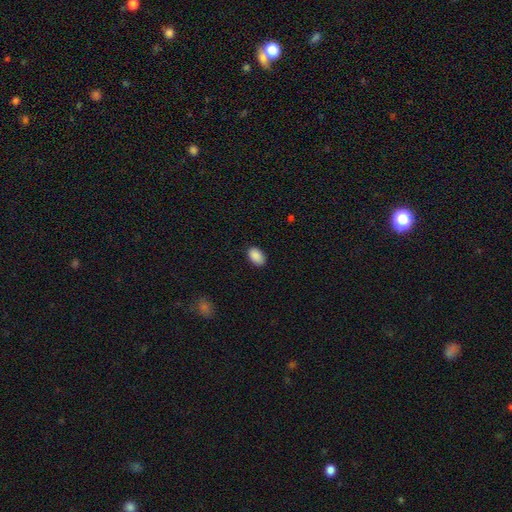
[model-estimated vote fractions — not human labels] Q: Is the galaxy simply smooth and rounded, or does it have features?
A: smooth — 90%.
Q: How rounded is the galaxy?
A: in between — 91%.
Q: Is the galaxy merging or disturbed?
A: none — 87%.